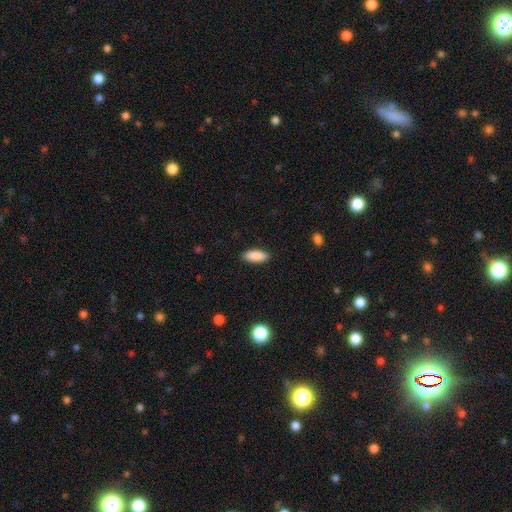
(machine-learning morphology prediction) Smooth or featured? smooth (89%)
How rounded? in between (72%)
Merging? none (89%)